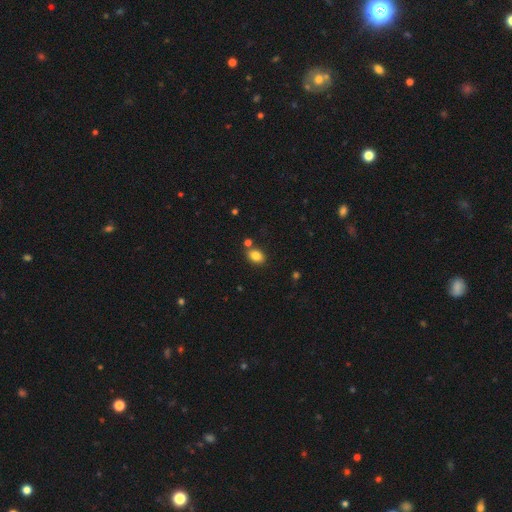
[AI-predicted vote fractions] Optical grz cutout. It shows a smooth galaxy with no disk features (84%) that is in between round and cigar-shaped (76%). Merging: none (74%).